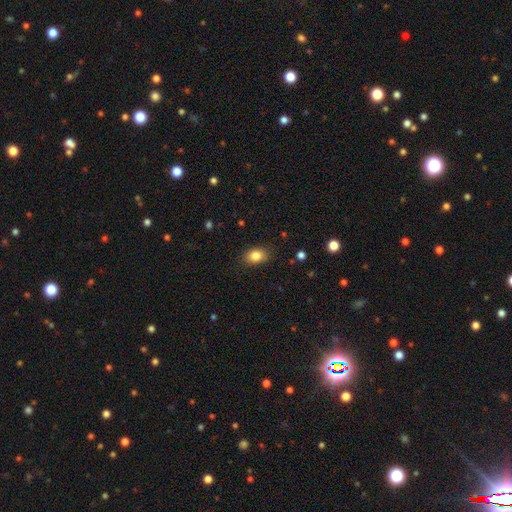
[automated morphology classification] The model was most divided on "how rounded": in between: 79%, round: 20%, cigar-shaped: 1%. More confident: merging — none (85%); smooth or featured — smooth (84%).